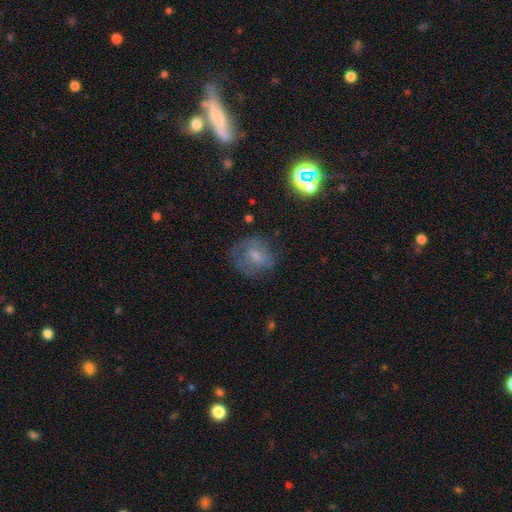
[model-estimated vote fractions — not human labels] Morphology: type=smooth (51%); roundness=round (67%); merging=none (59%).